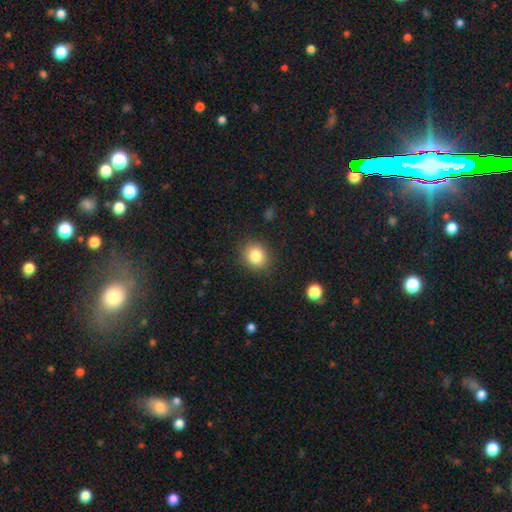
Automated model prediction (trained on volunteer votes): Smooth or featured: smooth — 84% (star or artifact — 10%)
How rounded: round — 71% (in between — 28%)
Merging: none — 88% (minor disturbance — 8%)